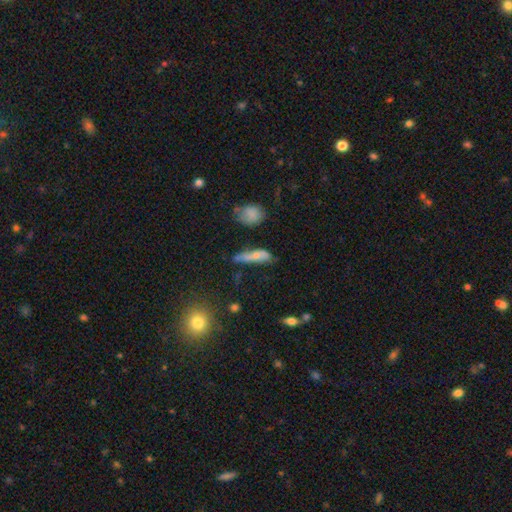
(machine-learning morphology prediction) smooth_or_featured: smooth (p=0.66) [alt: featured or disk p=0.24]
how_rounded: cigar-shaped (p=0.62) [alt: in between p=0.34]
merging: none (p=0.44) [alt: minor disturbance p=0.30]